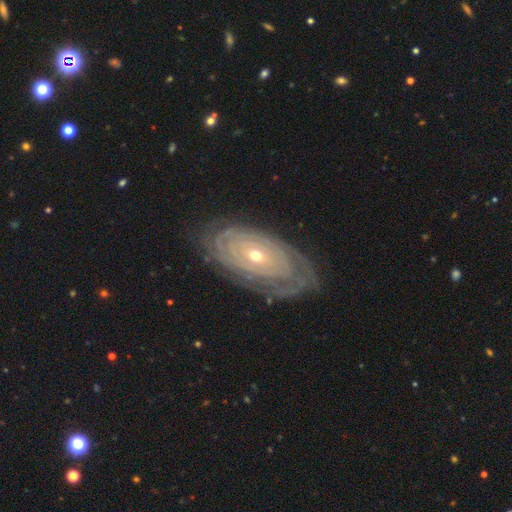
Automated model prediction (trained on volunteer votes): This appears to be a featured or disk galaxy (84%) with no bar (81%), tight (87%) spiral arms (88%) and a small central bulge (61%). Merging: none (77%).